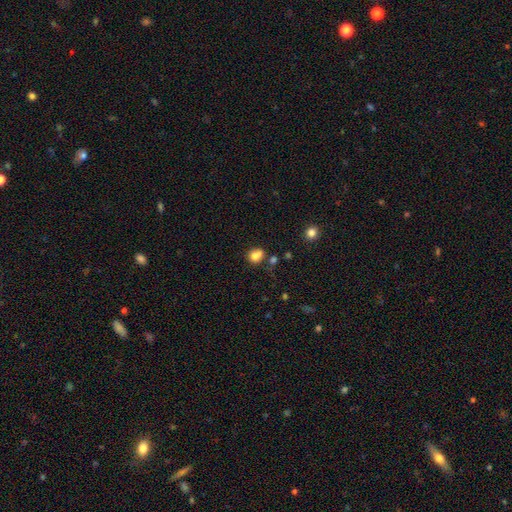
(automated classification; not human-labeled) This appears to be a smooth galaxy with no disk features (79%) that is round (57%). Merging: none (51%).